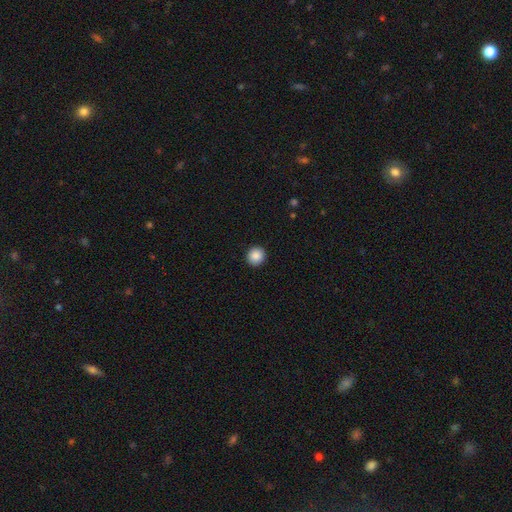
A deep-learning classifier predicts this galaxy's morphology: The model was most divided on "smooth or featured": smooth: 89%, star or artifact: 9%, featured or disk: 3%. More confident: how rounded — round (94%); merging — none (93%).